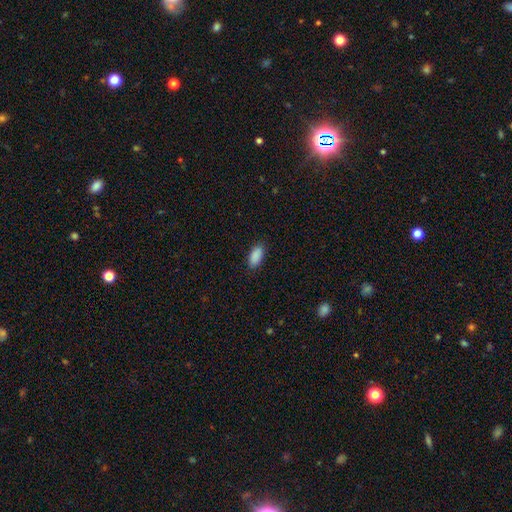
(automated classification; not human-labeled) A smooth galaxy with no disk features (90%) that is in between round and cigar-shaped (91%). Merging: none (88%).